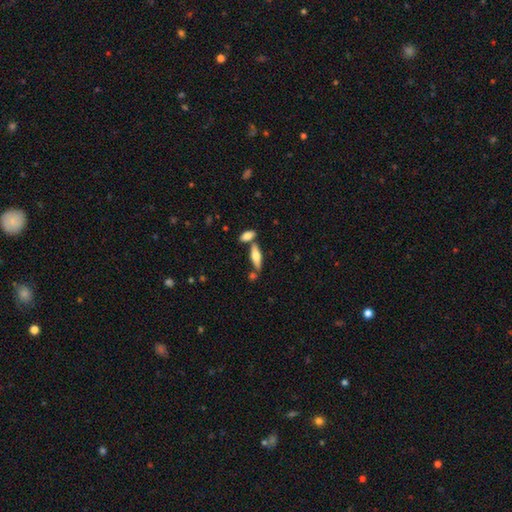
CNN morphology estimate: smooth_or_featured: smooth (p=0.56) [alt: featured or disk p=0.38]
how_rounded: cigar-shaped (p=0.52) [alt: in between p=0.45]
merging: none (p=0.63) [alt: merger p=0.23]